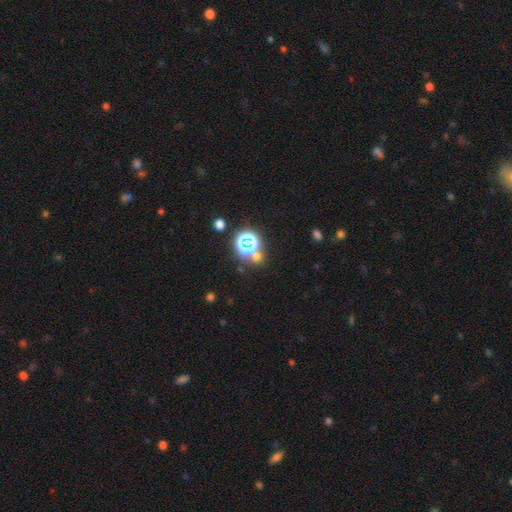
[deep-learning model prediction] Smooth or featured? star or artifact (55%)